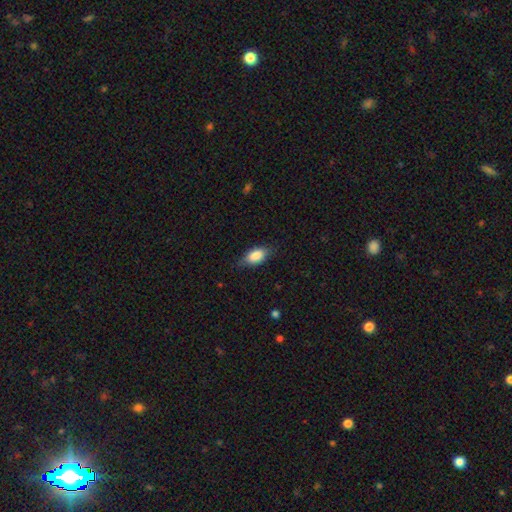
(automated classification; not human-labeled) smooth-or-featured: smooth: 84% | featured or disk: 10% | star or artifact: 7%
  how-rounded: in between: 88% | cigar-shaped: 7% | round: 5%
  merging: none: 73% | minor disturbance: 21% | major disturbance: 5% | merger: 1%